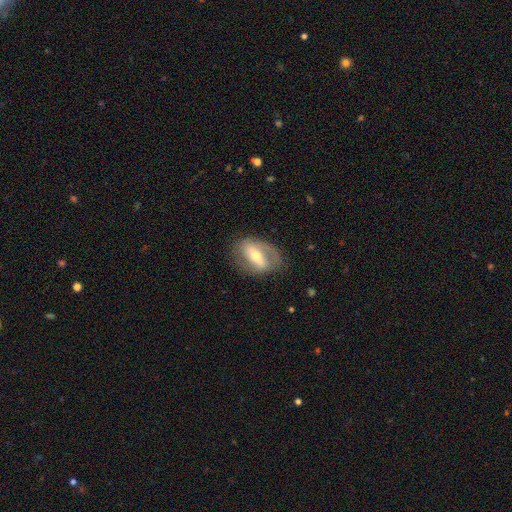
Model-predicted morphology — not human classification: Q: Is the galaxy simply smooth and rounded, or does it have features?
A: featured or disk — 72%.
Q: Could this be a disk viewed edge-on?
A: no — 91%.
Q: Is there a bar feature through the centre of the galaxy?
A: strong — 57%.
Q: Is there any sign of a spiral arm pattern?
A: yes — 72%.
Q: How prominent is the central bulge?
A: moderate — 53%.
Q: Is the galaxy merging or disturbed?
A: none — 73%.